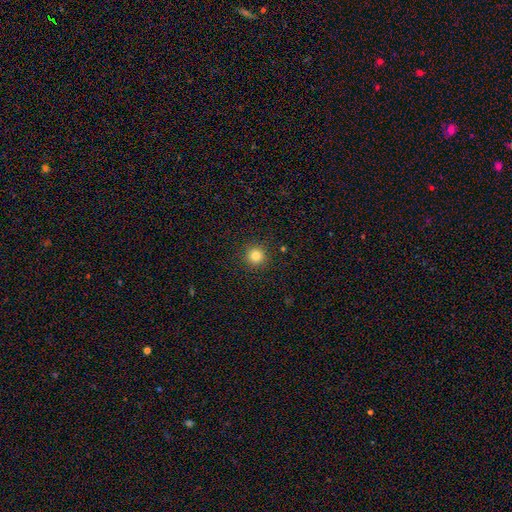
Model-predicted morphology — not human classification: Smooth or featured? Predicted: smooth (p=0.83). How rounded? Predicted: round (p=0.95). Merging? Predicted: none (p=0.92).